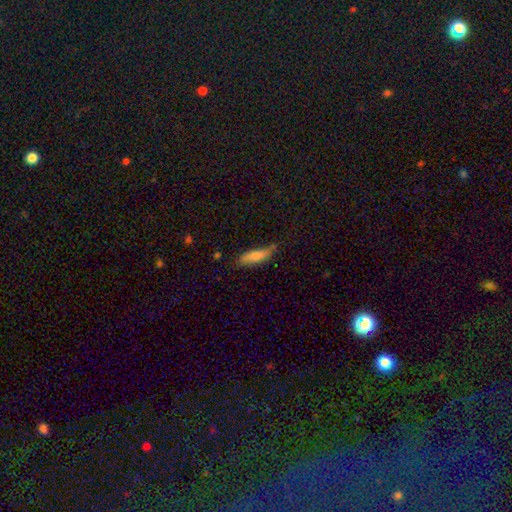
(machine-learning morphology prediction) Smooth or featured: smooth — 76% (featured or disk — 18%)
How rounded: cigar-shaped — 62% (in between — 36%)
Merging: none — 66% (minor disturbance — 26%)